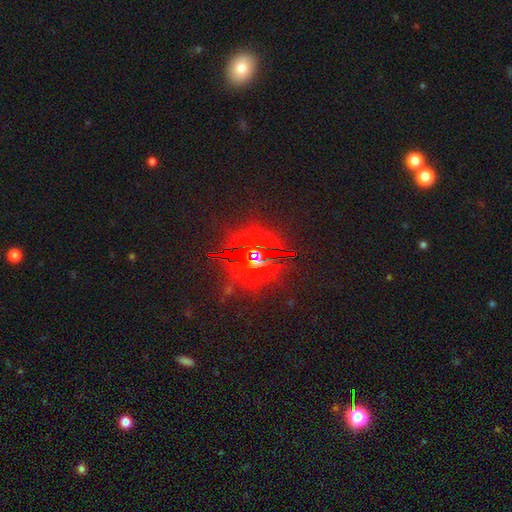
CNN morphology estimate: smooth-or-featured: star or artifact: 79% | smooth: 12% | featured or disk: 10%